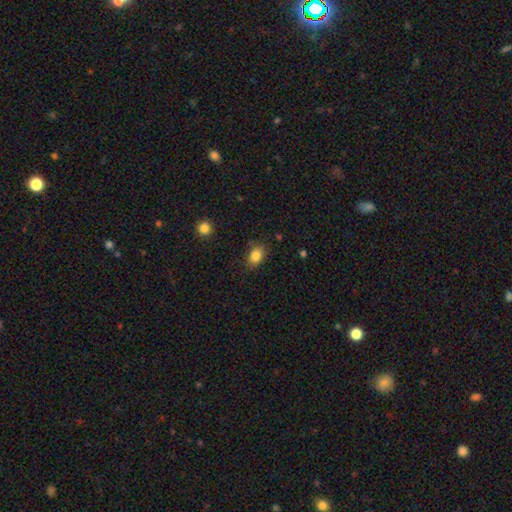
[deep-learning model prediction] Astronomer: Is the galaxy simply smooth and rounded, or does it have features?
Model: smooth — 85%.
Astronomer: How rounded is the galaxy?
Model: in between — 83%.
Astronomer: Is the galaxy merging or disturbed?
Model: none — 82%.